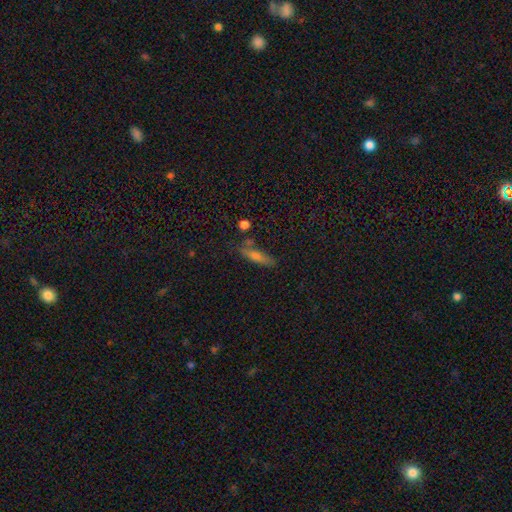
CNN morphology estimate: smooth 59%, featured or disk 29%, star or artifact 12%. Down the decision tree: how rounded — cigar-shaped (71%); merging — none (75%).